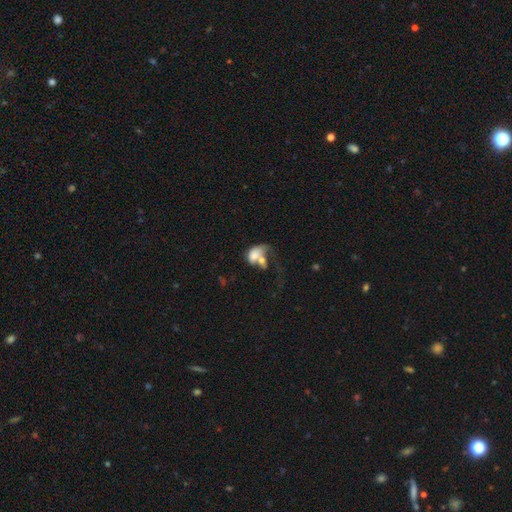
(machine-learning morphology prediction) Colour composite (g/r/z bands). It shows a smooth galaxy with no disk features (60%) that is in between round and cigar-shaped (80%). Merging: merger (56%).